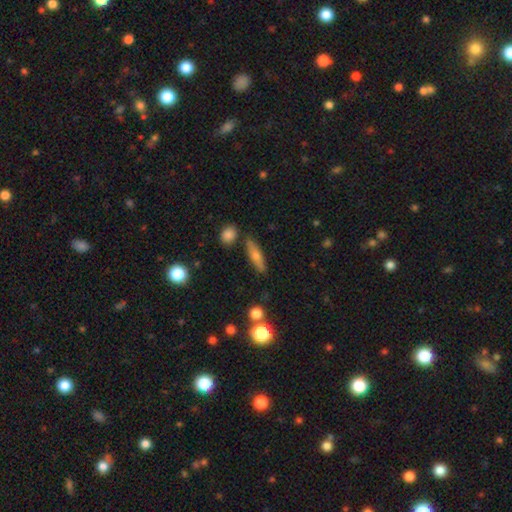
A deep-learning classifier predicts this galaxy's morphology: The model was most divided on "smooth or featured": smooth: 58%, featured or disk: 34%, star or artifact: 8%. More confident: merging — none (82%); how rounded — cigar-shaped (67%).